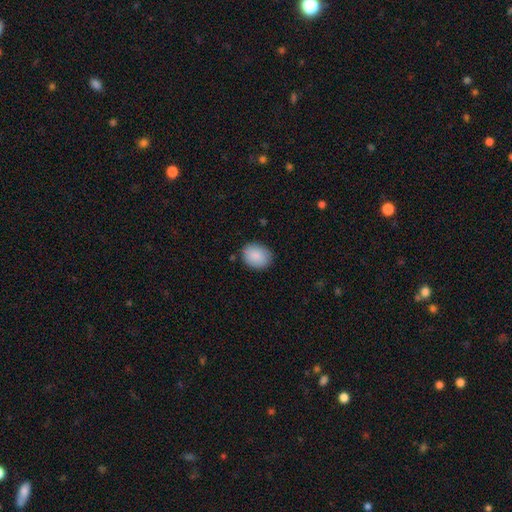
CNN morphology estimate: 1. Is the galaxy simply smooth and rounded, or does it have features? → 88% smooth, 7% star or artifact, 5% featured or disk.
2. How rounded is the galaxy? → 54% in between, 46% round, 1% cigar-shaped.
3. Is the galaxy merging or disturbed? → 85% none, 11% minor disturbance, 2% major disturbance, 1% merger.